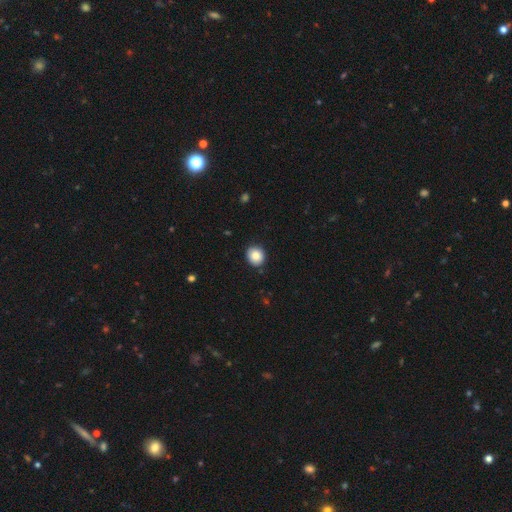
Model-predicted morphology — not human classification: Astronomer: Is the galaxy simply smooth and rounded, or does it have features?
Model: smooth — 85%.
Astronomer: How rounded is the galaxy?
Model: round — 83%.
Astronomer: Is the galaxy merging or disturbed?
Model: none — 89%.